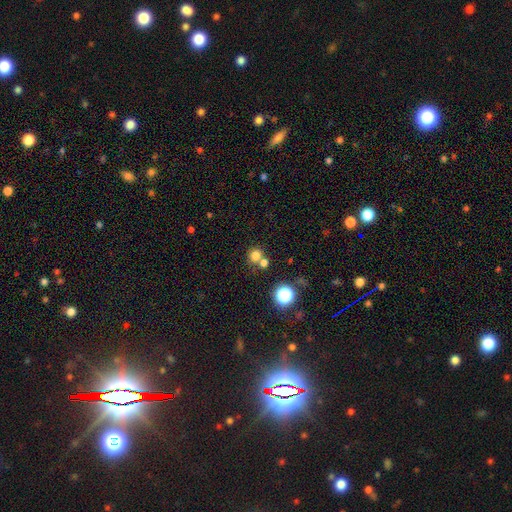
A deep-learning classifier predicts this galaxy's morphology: smooth-or-featured: smooth: 75% | star or artifact: 17% | featured or disk: 8%
  how-rounded: round: 86% | in between: 14% | cigar-shaped: 1%
  merging: none: 56% | merger: 34% | minor disturbance: 7% | major disturbance: 3%